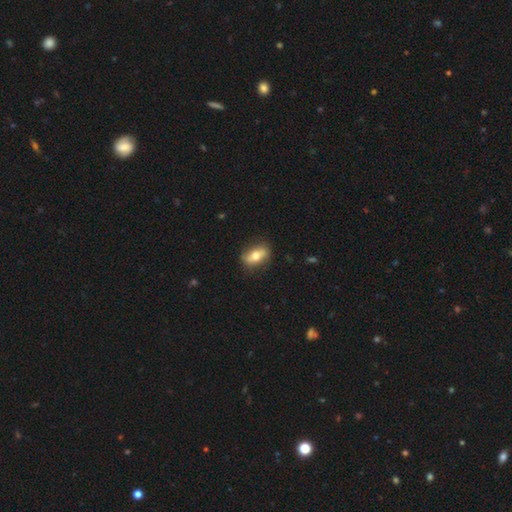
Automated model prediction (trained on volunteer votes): Smooth or featured? smooth (60%)
How rounded? in between (78%)
Merging? none (82%)